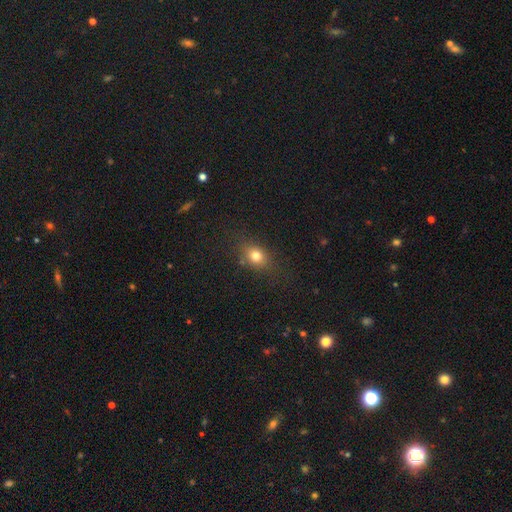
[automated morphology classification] Smooth or featured: smooth — 77% (star or artifact — 13%)
How rounded: in between — 54% (round — 44%)
Merging: none — 76% (minor disturbance — 15%)